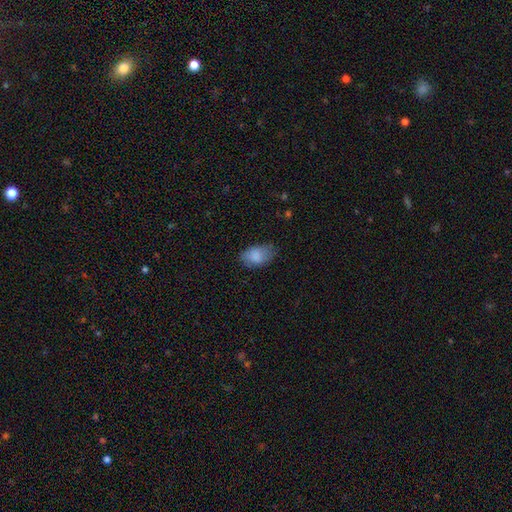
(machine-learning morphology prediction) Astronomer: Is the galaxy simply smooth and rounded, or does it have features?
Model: smooth — 84%.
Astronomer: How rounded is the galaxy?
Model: in between — 89%.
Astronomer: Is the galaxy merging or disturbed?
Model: none — 65%.